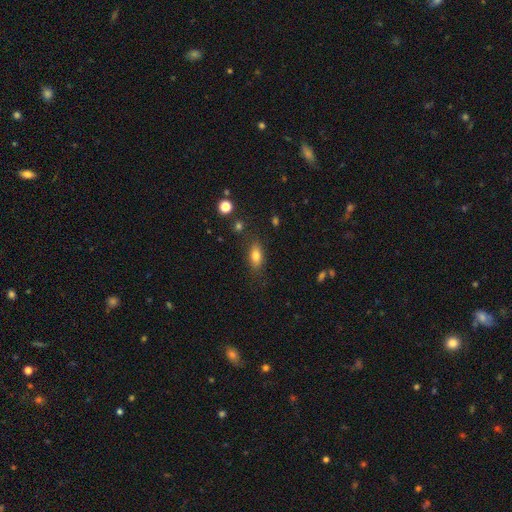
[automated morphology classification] The model was most divided on "smooth or featured": smooth: 78%, featured or disk: 13%, star or artifact: 10%. More confident: merging — none (81%); how rounded — in between (80%).